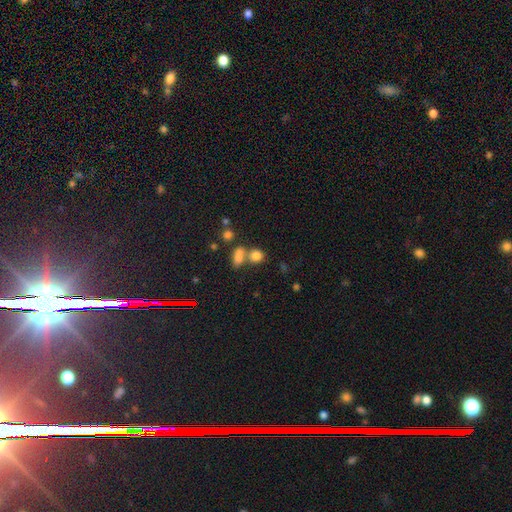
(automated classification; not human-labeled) A smooth galaxy with no disk features (80%) that is round (65%). Merging: none (48%).